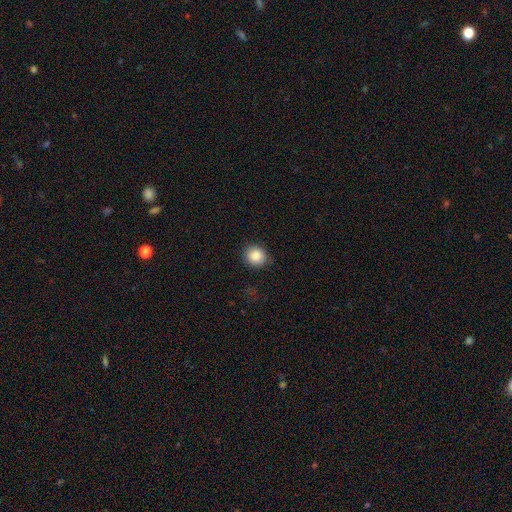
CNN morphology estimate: type=smooth (87%); roundness=round (81%); merging=none (81%).